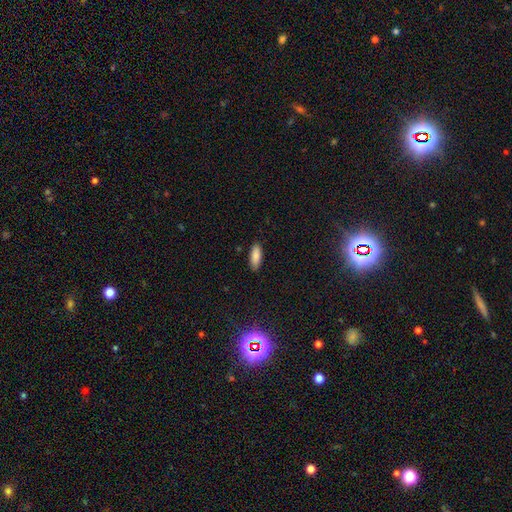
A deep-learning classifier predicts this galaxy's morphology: smooth-or-featured: smooth: 86% | star or artifact: 7% | featured or disk: 6%
  how-rounded: in between: 73% | cigar-shaped: 25% | round: 2%
  merging: none: 88% | minor disturbance: 9% | major disturbance: 2% | merger: 1%